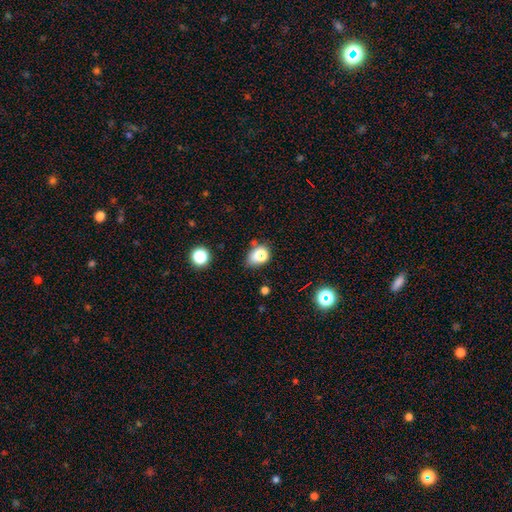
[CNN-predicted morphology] Overall: smooth (73%). How rounded: in between (59%; round 39%). Merging: none (66%).